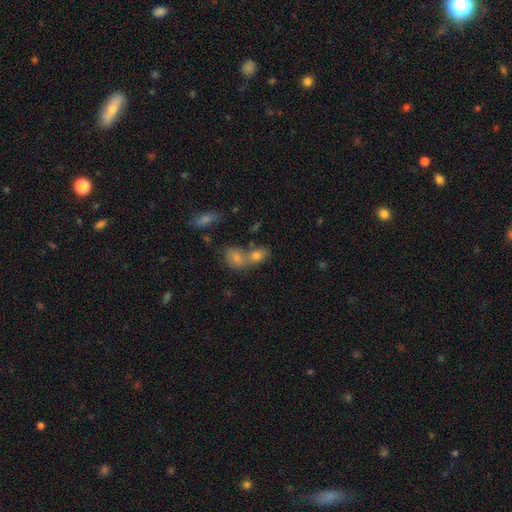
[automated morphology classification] smooth_or_featured: smooth (p=0.65) [alt: star or artifact p=0.17]
how_rounded: in between (p=0.65) [alt: round p=0.31]
merging: merger (p=0.56) [alt: none p=0.32]